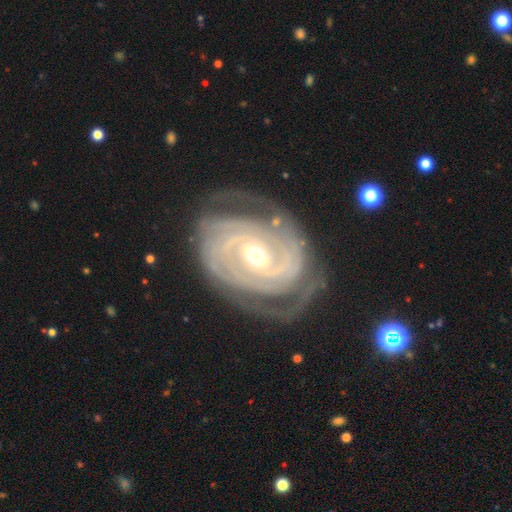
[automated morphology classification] Q: Smooth or featured?
A: featured or disk (92%); runner-up: star or artifact (4%)
Q: Edge-on disk?
A: no (97%); runner-up: yes (3%)
Q: Bar?
A: weak (43%); runner-up: strong (30%)
Q: Spiral arms?
A: yes (98%); runner-up: no (2%)
Q: Spiral winding?
A: tight (80%); runner-up: medium (17%)
Q: Spiral arm count?
A: 2 (29%); runner-up: 3 (22%)
Q: Bulge size?
A: moderate (51%); runner-up: small (46%)
Q: Merging?
A: none (74%); runner-up: minor disturbance (17%)